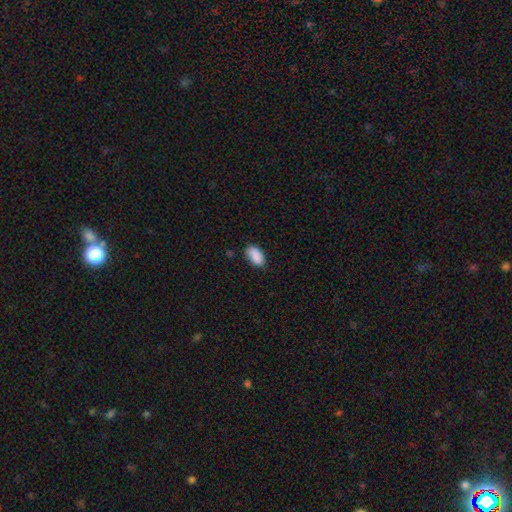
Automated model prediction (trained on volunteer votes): Smooth or featured? smooth (89%)
How rounded? in between (94%)
Merging? none (76%)